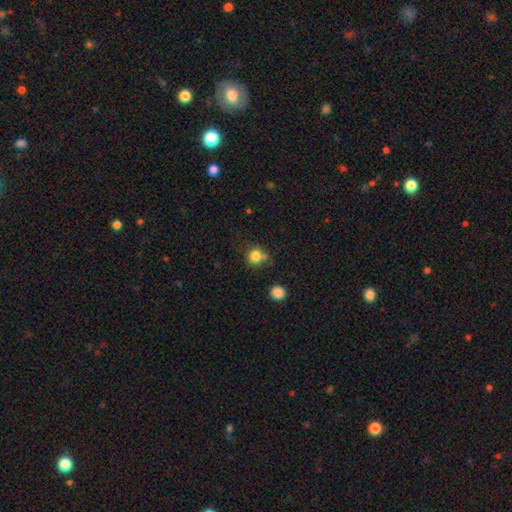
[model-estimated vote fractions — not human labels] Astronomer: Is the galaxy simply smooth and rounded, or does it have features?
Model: smooth — 81%.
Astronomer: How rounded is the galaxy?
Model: round — 84%.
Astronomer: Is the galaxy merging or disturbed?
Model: none — 65%.